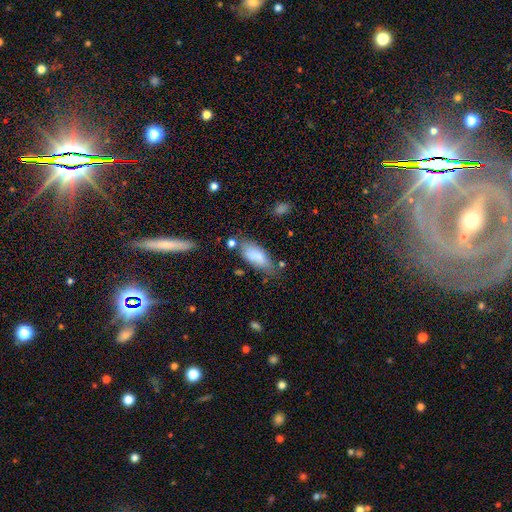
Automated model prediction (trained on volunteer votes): Morphology: type=smooth (82%); roundness=in between (80%); merging=none (63%).